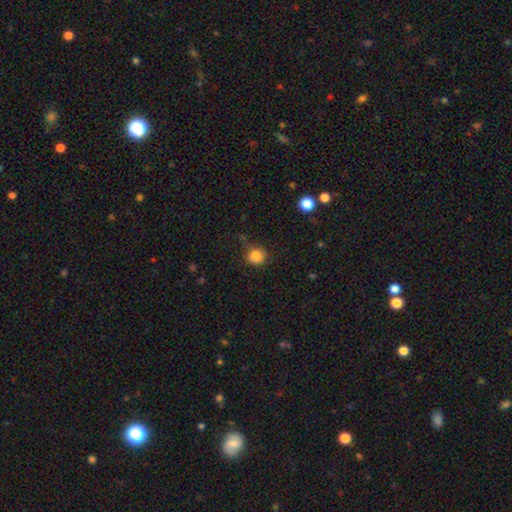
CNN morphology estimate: Q: Smooth or featured?
A: smooth (84%); runner-up: star or artifact (11%)
Q: How rounded?
A: round (88%); runner-up: in between (11%)
Q: Merging?
A: none (78%); runner-up: minor disturbance (15%)